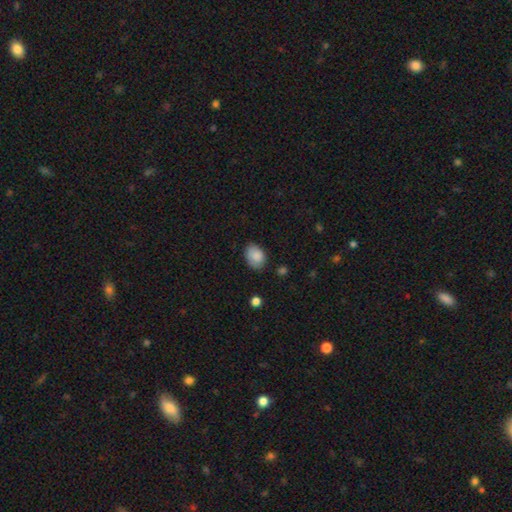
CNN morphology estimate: A smooth galaxy with no disk features (85%) that is in between round and cigar-shaped (78%).

Vote fractions:
- Smooth or featured? smooth: 85% / star or artifact: 8% / featured or disk: 7%
- How rounded? in between: 78% / round: 21% / cigar-shaped: 1%
- Merging? none: 76% / minor disturbance: 19% / major disturbance: 4% / merger: 2%